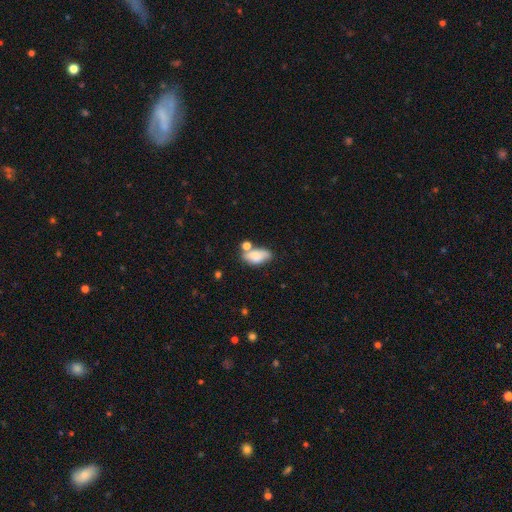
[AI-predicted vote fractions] smooth 75%, featured or disk 17%, star or artifact 8%. Down the decision tree: how rounded — in between (90%); merging — none (43%).